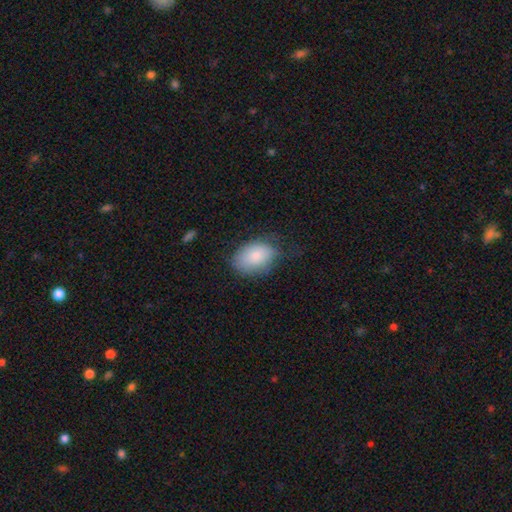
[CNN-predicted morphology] A smooth galaxy with no disk features (83%) that is in between round and cigar-shaped (83%).

Vote fractions:
- Smooth or featured? smooth: 83% / featured or disk: 10% / star or artifact: 7%
- How rounded? in between: 83% / round: 16% / cigar-shaped: 1%
- Merging? none: 60% / minor disturbance: 28% / major disturbance: 11% / merger: 1%